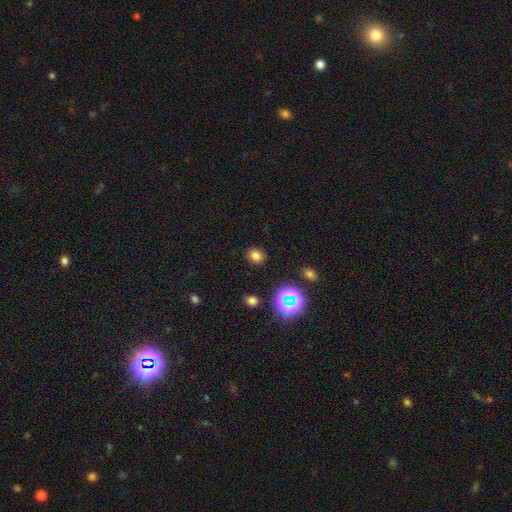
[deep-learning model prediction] This appears to be a smooth galaxy with no disk features (75%) that is round (60%). Merging: none (87%).